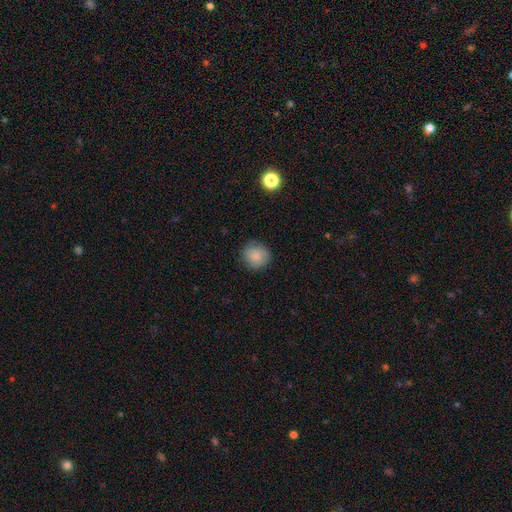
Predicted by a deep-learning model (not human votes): Smooth or featured? Predicted: smooth (p=0.85). How rounded? Predicted: round (p=0.90). Merging? Predicted: none (p=0.85).